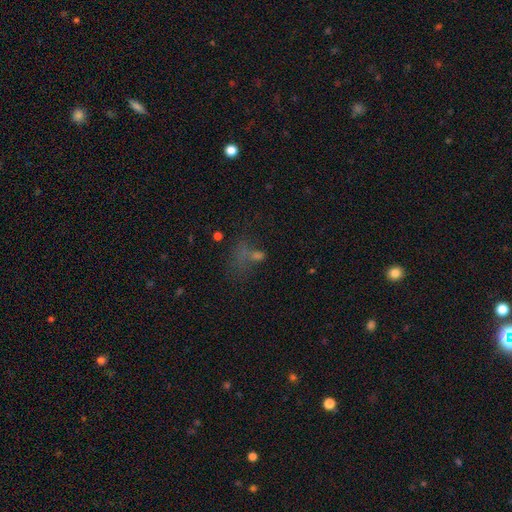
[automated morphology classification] The model was most divided on "merging" (2-way tie): none: 33%, major disturbance: 33%, merger: 18%, minor disturbance: 15%. Remaining: smooth or featured — smooth (47%).